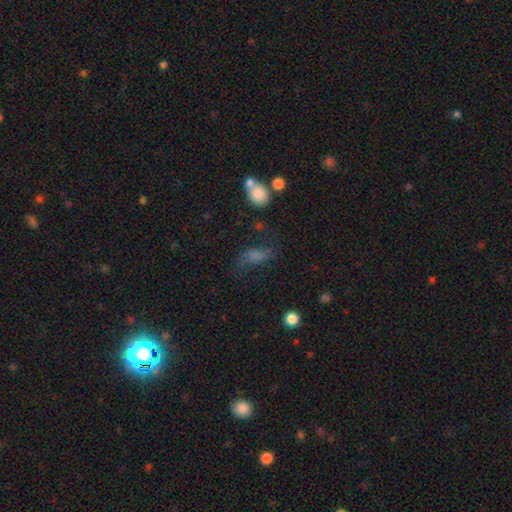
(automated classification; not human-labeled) This is possibly a smooth galaxy (60%). How rounded: likely in between (77%). Merging: possibly none (50%).